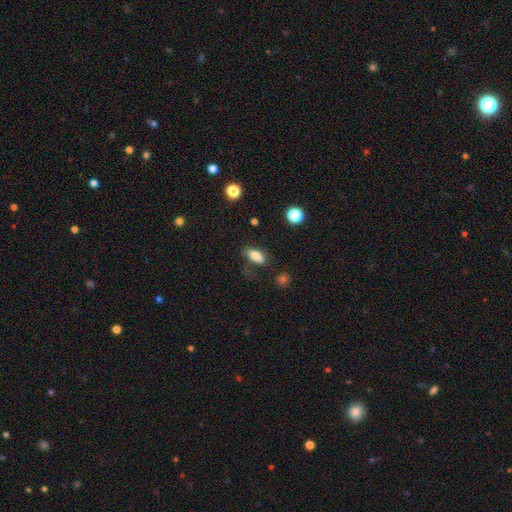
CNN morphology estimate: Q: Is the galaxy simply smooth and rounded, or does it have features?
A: smooth — 81%.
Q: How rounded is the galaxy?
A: in between — 84%.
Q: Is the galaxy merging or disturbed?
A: none — 63%.